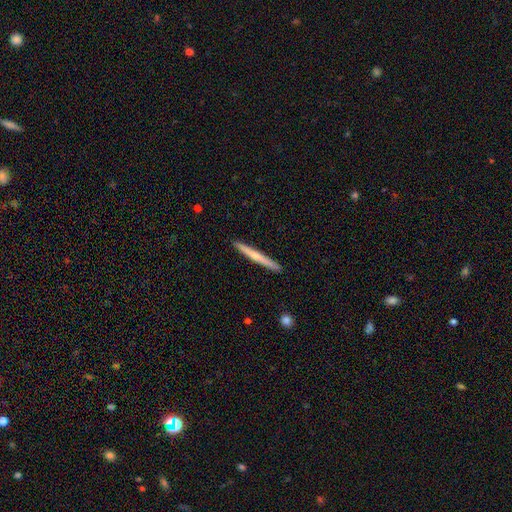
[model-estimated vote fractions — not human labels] A featured or disk galaxy (48%). Merging: none (92%).